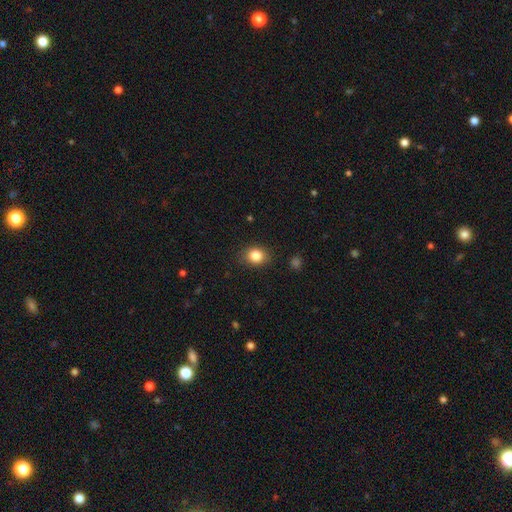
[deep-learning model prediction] Smooth or featured? Predicted: smooth (p=0.84). How rounded? Predicted: round (p=0.56). Merging? Predicted: none (p=0.85).